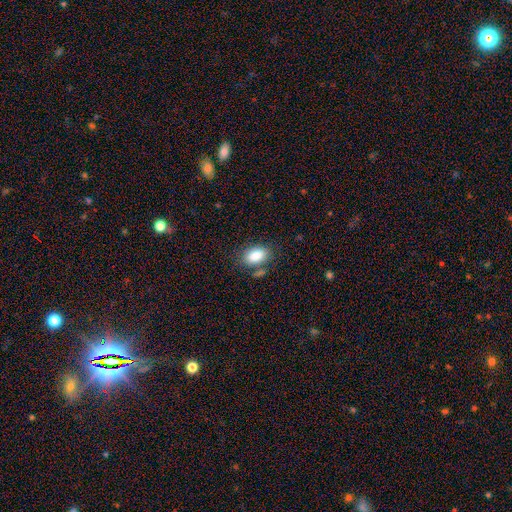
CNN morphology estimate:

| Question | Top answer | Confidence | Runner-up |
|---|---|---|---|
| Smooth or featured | smooth | 86% | star or artifact (8%) |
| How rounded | in between | 90% | round (9%) |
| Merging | none | 69% | minor disturbance (16%) |